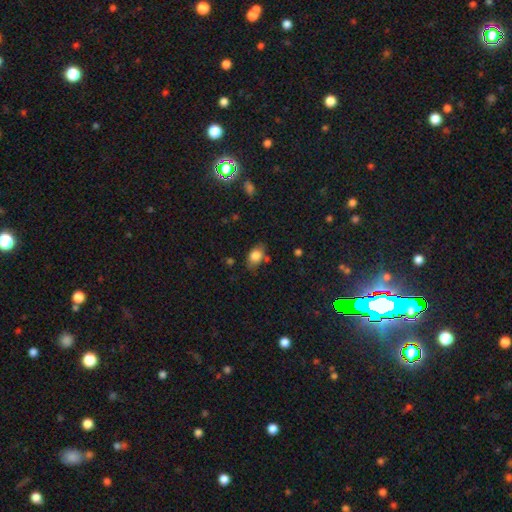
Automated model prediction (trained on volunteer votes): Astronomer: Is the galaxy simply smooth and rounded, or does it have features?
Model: smooth — 82%.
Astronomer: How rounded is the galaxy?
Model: in between — 78%.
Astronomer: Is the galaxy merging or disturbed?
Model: none — 66%.